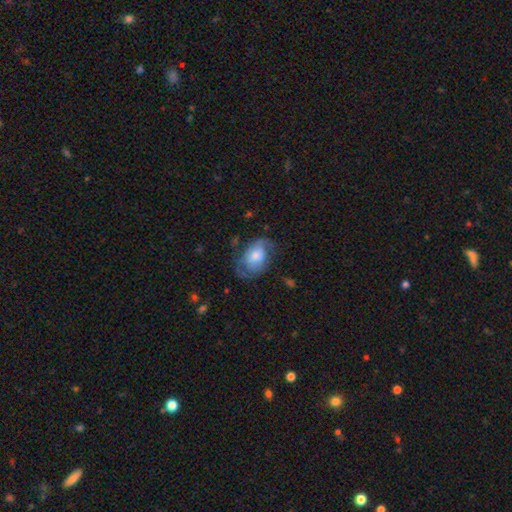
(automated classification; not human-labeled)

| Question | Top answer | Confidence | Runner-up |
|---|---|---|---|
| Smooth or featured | featured or disk | 48% | smooth (45%) |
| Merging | none | 46% | minor disturbance (28%) |